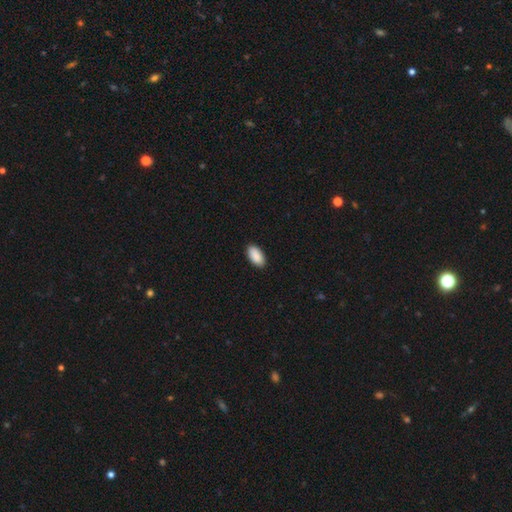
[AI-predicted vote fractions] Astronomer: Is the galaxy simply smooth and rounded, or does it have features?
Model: smooth — 91%.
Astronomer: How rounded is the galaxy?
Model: in between — 95%.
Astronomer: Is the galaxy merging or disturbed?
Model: none — 90%.